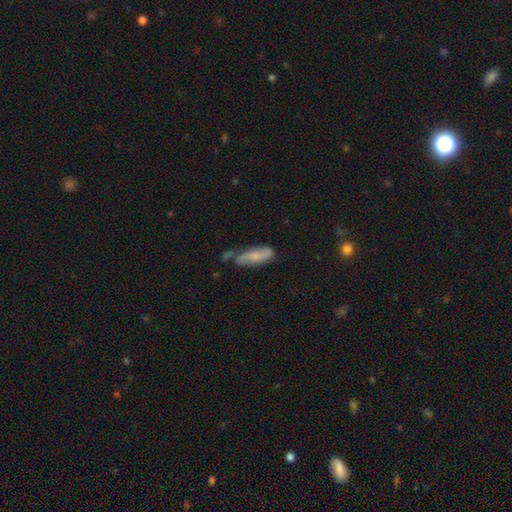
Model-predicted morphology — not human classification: Smooth or featured?
  - smooth: 50% *
  - featured or disk: 42%
  - star or artifact: 8%
Merging?
  - none: 58% *
  - minor disturbance: 25%
  - merger: 9%
  - major disturbance: 7%